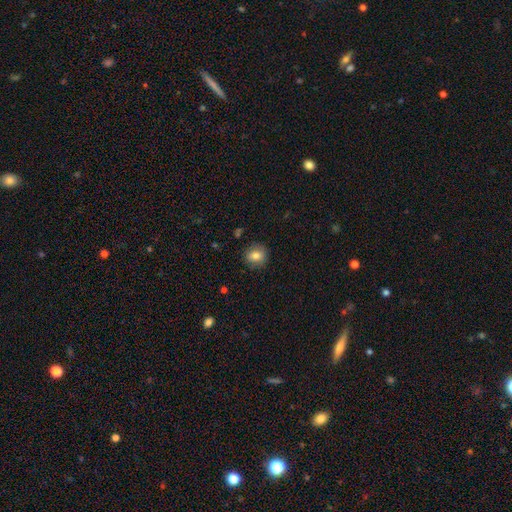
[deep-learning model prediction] Smooth or featured: smooth — 80% (featured or disk — 10%)
How rounded: round — 79% (in between — 20%)
Merging: none — 87% (minor disturbance — 10%)